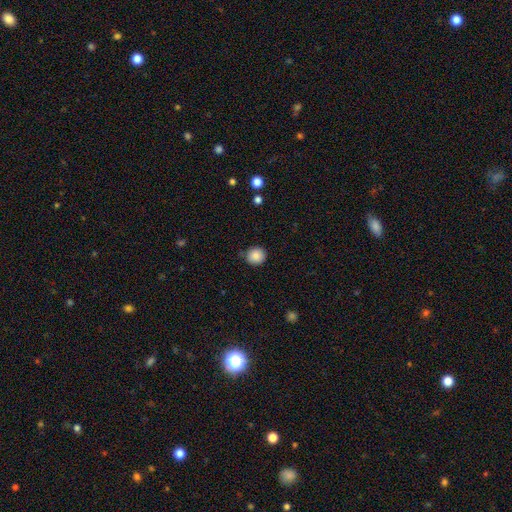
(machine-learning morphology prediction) This is clearly a smooth galaxy (87%). How rounded: clearly round (88%). Merging: clearly none (80%).